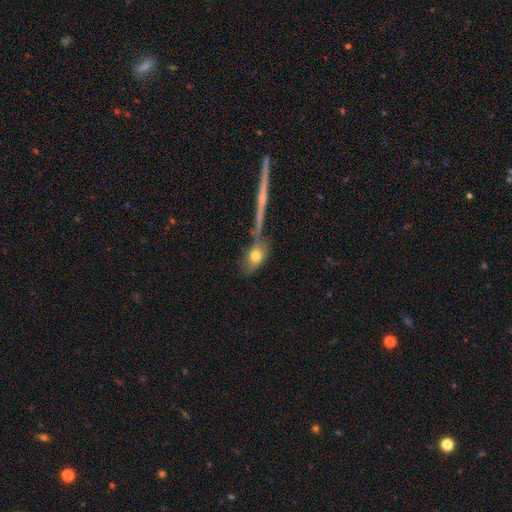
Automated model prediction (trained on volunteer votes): Smooth or featured? Predicted: smooth (p=0.72). How rounded? Predicted: in between (p=0.64). Merging? Predicted: none (p=0.55).